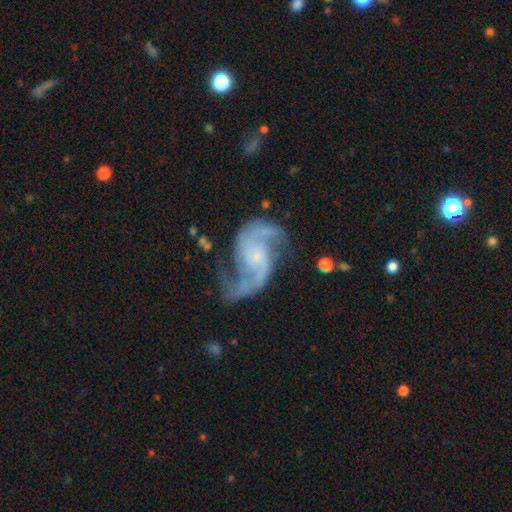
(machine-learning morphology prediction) This appears to be a featured or disk galaxy (91%) with no bar (58%), 2 (91%) medium (45%, tied with loose) spiral arms (98%) and a small central bulge (61%). Merging: none (63%).